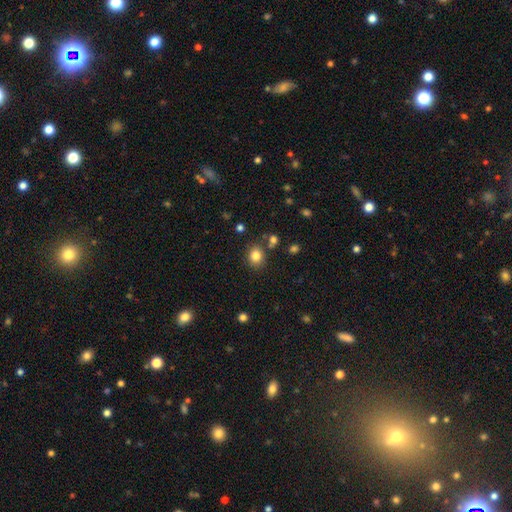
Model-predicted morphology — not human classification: The model was most divided on "how rounded": round: 66%, in between: 33%, cigar-shaped: 1%. More confident: smooth or featured — smooth (83%); merging — none (80%).